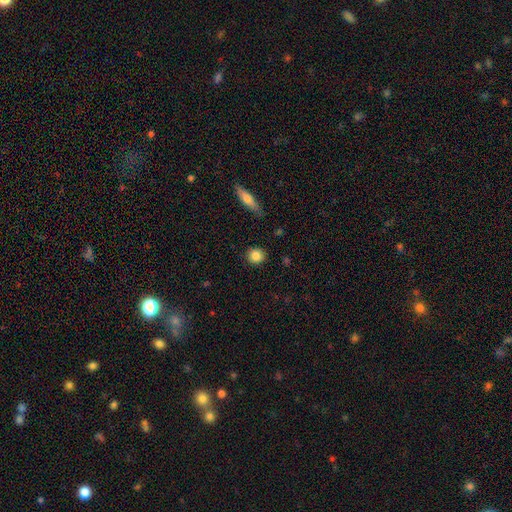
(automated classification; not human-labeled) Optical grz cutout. It shows a smooth galaxy with no disk features (85%) that is round (86%). Merging: none (89%).